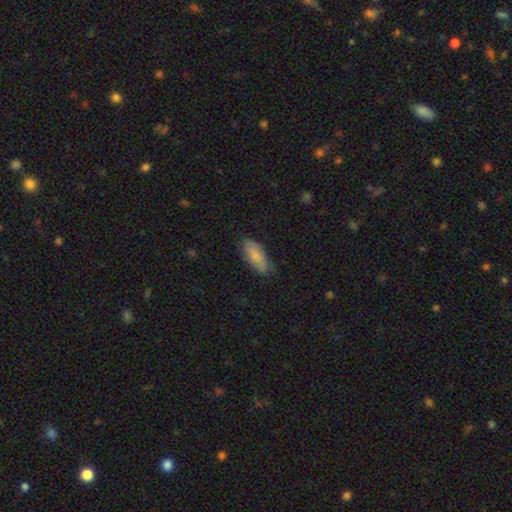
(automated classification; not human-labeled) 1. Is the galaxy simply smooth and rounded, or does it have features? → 81% smooth, 13% featured or disk, 6% star or artifact.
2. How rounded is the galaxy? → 80% in between, 18% cigar-shaped, 2% round.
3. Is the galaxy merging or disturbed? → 76% none, 19% minor disturbance, 4% major disturbance, 1% merger.